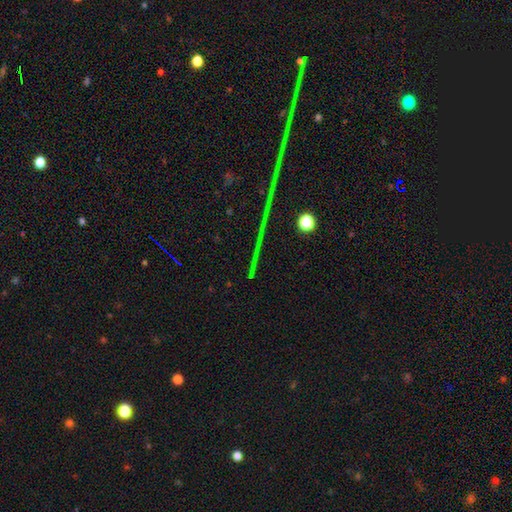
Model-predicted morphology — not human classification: The model was most divided on "smooth or featured": star or artifact: 84%, featured or disk: 9%, smooth: 7%.